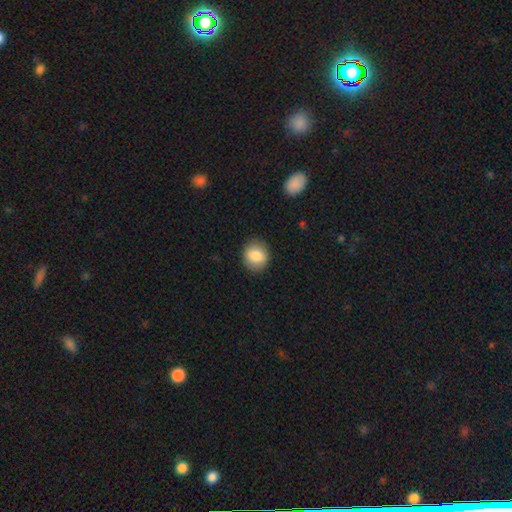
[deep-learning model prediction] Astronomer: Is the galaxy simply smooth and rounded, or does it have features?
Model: smooth — 84%.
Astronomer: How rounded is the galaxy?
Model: round — 74%.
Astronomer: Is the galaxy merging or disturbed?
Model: none — 88%.